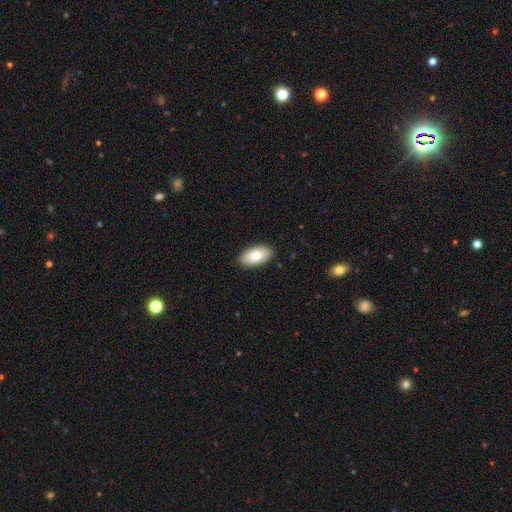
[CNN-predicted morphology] type=smooth (80%); roundness=in between (95%); merging=none (90%).